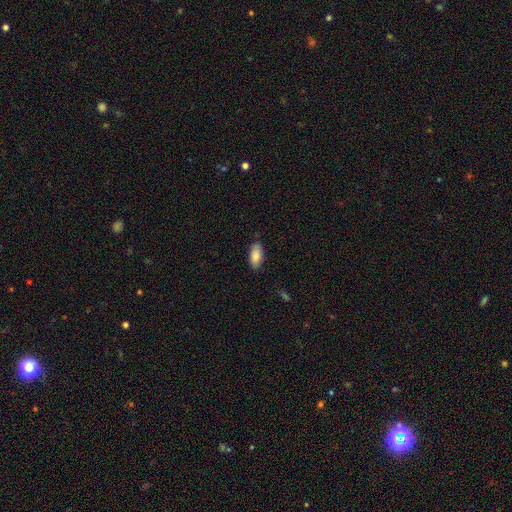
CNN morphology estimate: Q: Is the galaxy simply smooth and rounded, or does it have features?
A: smooth — 87%.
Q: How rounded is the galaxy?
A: in between — 91%.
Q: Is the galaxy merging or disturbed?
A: none — 81%.